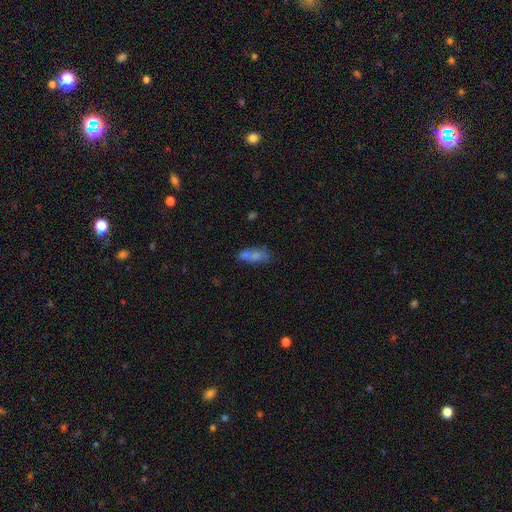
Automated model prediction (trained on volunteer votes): A smooth galaxy with no disk features (54%) that is in between round and cigar-shaped (64%).

Vote fractions:
- Smooth or featured? smooth: 54% / featured or disk: 30% / star or artifact: 16%
- How rounded? in between: 64% / cigar-shaped: 29% / round: 7%
- Merging? none: 47% / merger: 25% / minor disturbance: 18% / major disturbance: 10%